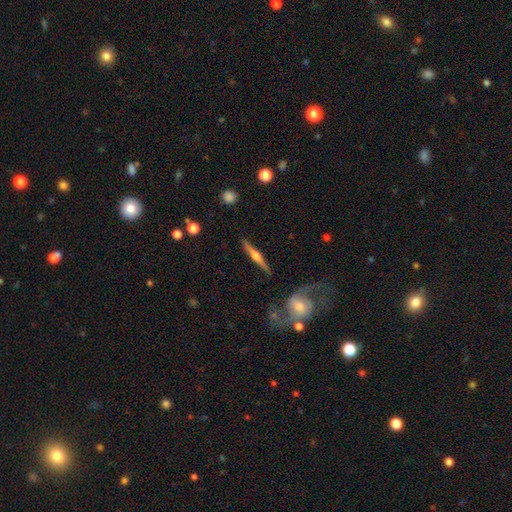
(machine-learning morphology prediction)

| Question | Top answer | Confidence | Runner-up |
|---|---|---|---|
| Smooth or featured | featured or disk | 75% | smooth (20%) |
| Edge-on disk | yes | 97% | no (3%) |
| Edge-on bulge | rounded | 89% | boxy (6%) |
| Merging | none | 87% | minor disturbance (8%) |